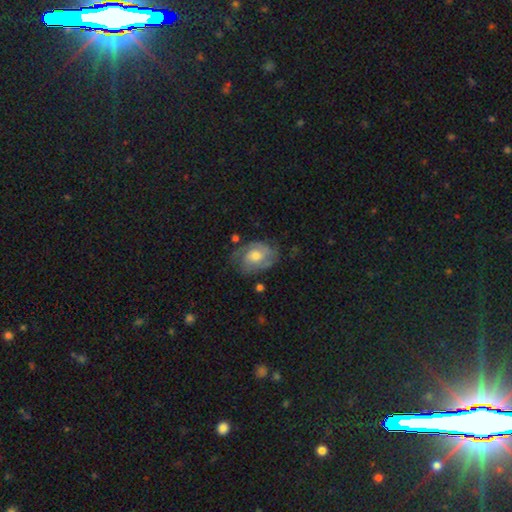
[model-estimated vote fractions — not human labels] smooth-or-featured: featured or disk: 65% | smooth: 28% | star or artifact: 6%
  disk-edge-on: no: 97% | yes: 3%
    bar: no: 72% | weak: 25% | strong: 4%
    has-spiral-arms: yes: 83% | no: 17%
      spiral-winding: tight: 46% | medium: 39% | loose: 15%
      spiral-arm-count: 2: 43% | can't tell: 32% | 3: 12% | 1: 7% | 4: 3% | more than 4: 3%
    bulge-size: moderate: 64% | small: 22% | large: 10% | none: 2% | dominant: 1%
  merging: none: 60% | minor disturbance: 25% | major disturbance: 12% | merger: 2%